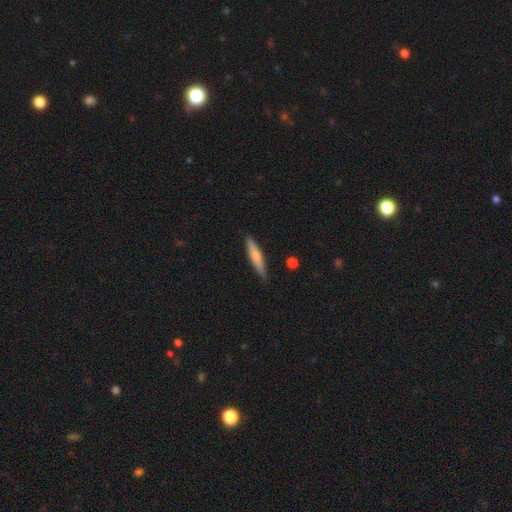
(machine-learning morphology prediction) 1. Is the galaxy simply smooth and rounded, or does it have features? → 65% smooth, 30% featured or disk, 6% star or artifact.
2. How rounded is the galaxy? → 87% cigar-shaped, 11% in between, 1% round.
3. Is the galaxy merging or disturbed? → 84% none, 12% minor disturbance, 2% major disturbance, 1% merger.